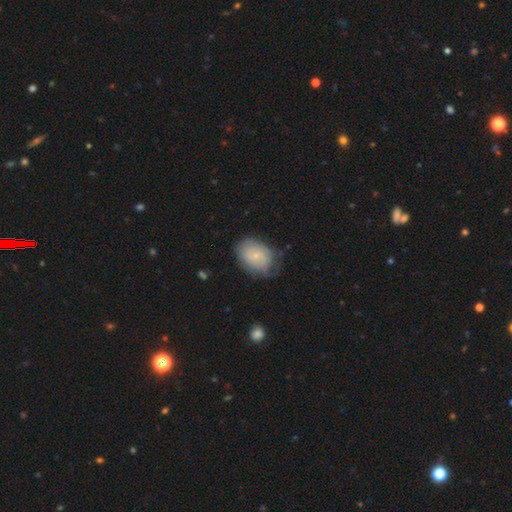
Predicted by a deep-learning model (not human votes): Q: Smooth or featured?
A: smooth (60%); runner-up: featured or disk (33%)
Q: How rounded?
A: in between (72%); runner-up: round (27%)
Q: Merging?
A: none (60%); runner-up: minor disturbance (28%)